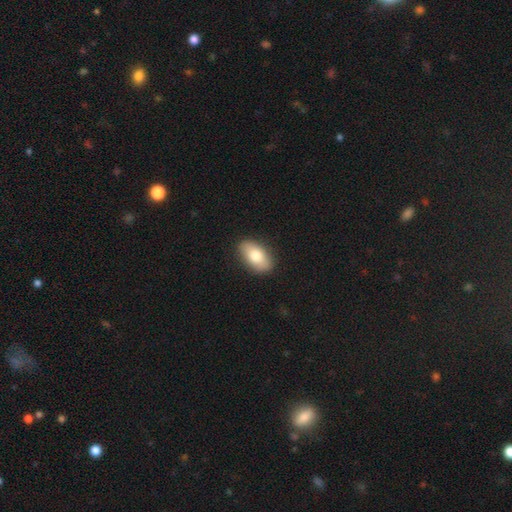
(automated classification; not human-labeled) Morphology: type=smooth (78%); roundness=in between (92%); merging=none (88%).